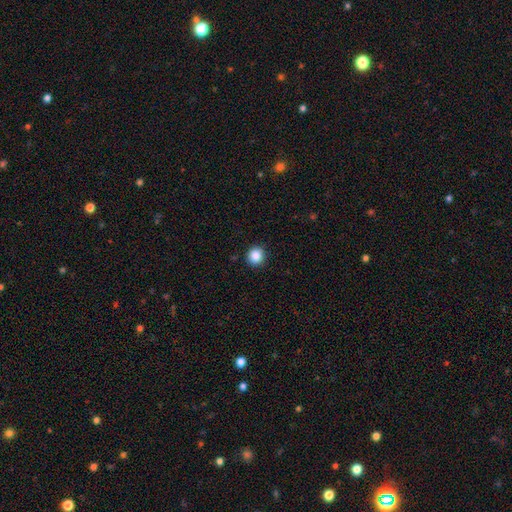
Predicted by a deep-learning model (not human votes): Overall: smooth (87%). How rounded: round (92%). Merging: none (91%).